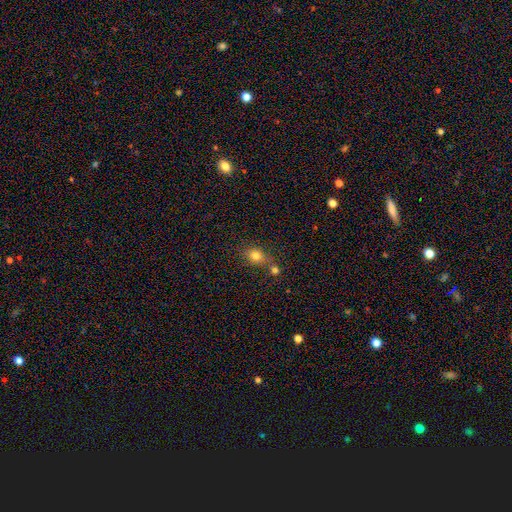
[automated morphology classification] A smooth galaxy with no disk features (79%) that is round (55%).

Vote fractions:
- Smooth or featured? smooth: 79% / star or artifact: 12% / featured or disk: 9%
- How rounded? round: 55% / in between: 43% / cigar-shaped: 2%
- Merging? none: 53% / merger: 30% / minor disturbance: 12% / major disturbance: 5%